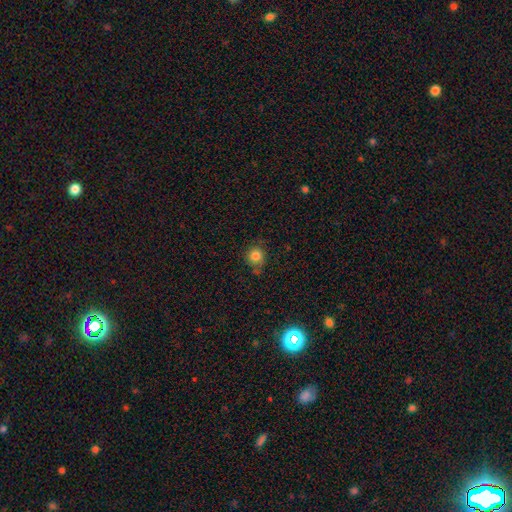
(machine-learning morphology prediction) Smooth or featured? Predicted: smooth (p=0.81). How rounded? Predicted: round (p=0.84). Merging? Predicted: none (p=0.66).